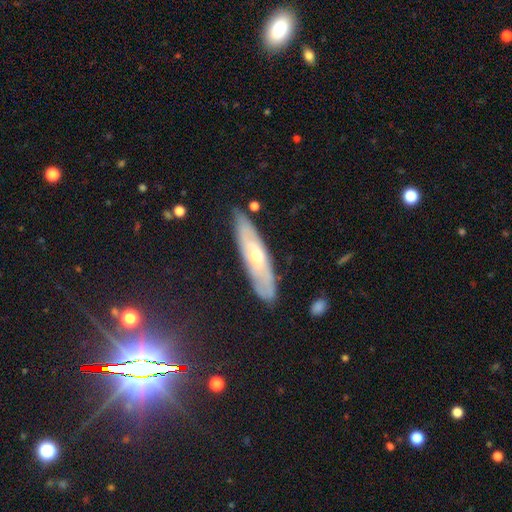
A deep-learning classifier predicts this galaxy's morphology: The model was most divided on "edge-on disk" (2-way tie): no: 50%, yes: 50%. More confident: merging — none (82%); smooth or featured — featured or disk (60%).